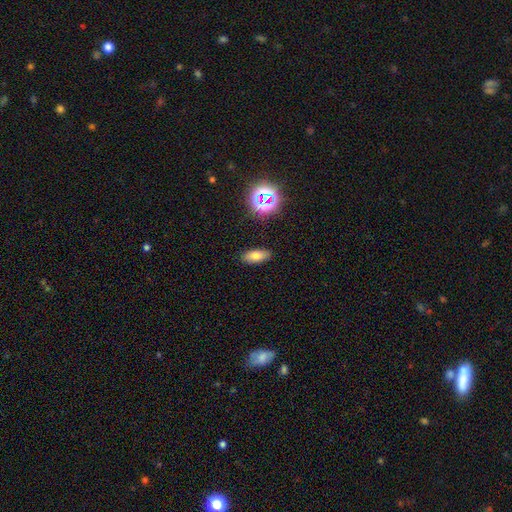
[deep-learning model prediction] smooth 73%, star or artifact 14%, featured or disk 13%. Down the decision tree: how rounded — in between (81%); merging — none (88%).